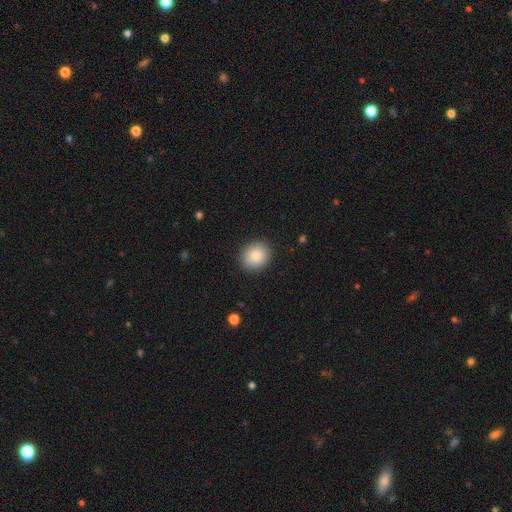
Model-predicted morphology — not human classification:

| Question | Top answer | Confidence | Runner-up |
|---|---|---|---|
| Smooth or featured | smooth | 86% | star or artifact (8%) |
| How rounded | round | 69% | in between (30%) |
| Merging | none | 89% | minor disturbance (8%) |